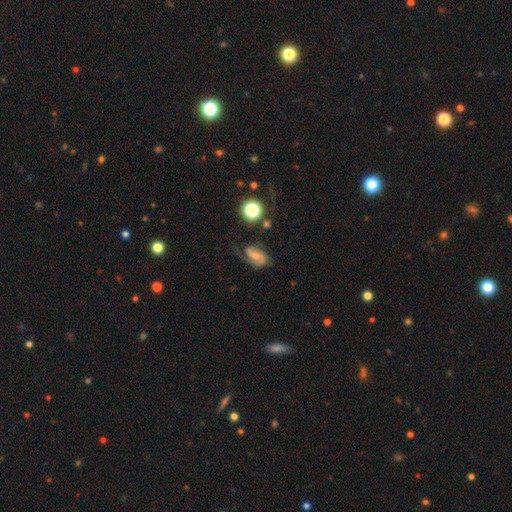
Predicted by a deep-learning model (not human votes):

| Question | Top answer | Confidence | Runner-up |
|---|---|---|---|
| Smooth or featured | featured or disk | 63% | smooth (26%) |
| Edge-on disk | no | 96% | yes (4%) |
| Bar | no | 44% | weak (42%) |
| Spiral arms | yes | 90% | no (10%) |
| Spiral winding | medium | 44% | loose (31%) |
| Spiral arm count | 2 | 57% | 1 (28%) |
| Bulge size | small | 43% | moderate (35%) |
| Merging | none | 44% | major disturbance (27%) |